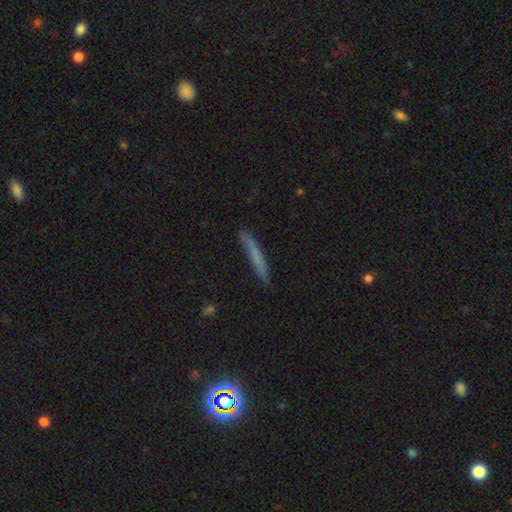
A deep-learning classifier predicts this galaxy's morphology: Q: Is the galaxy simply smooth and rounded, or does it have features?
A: smooth — 67%.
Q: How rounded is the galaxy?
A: cigar-shaped — 95%.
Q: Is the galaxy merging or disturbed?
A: none — 77%.